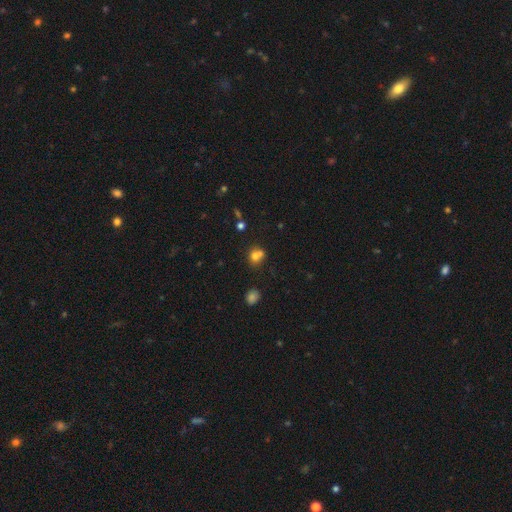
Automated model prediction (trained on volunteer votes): Overall: smooth (73%). How rounded: round (73%). Merging: merger (43%; none 41%).